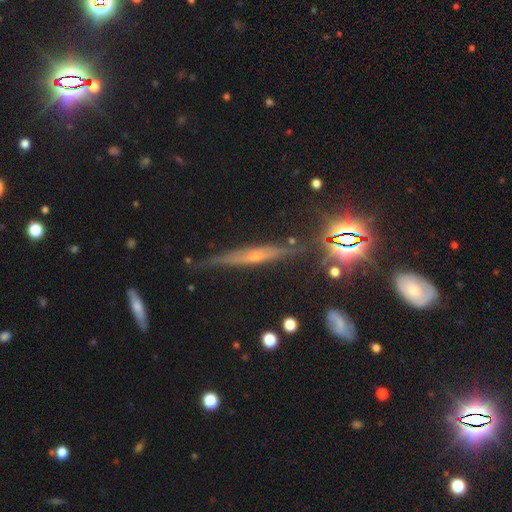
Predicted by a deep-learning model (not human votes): Q: Smooth or featured?
A: featured or disk (63%); runner-up: star or artifact (19%)
Q: Edge-on disk?
A: yes (93%); runner-up: no (7%)
Q: Edge-on bulge?
A: rounded (72%); runner-up: none (21%)
Q: Merging?
A: none (81%); runner-up: minor disturbance (13%)